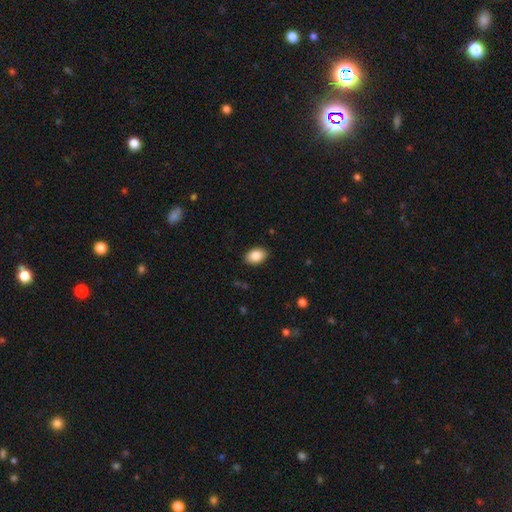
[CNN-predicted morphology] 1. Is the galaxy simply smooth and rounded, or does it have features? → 87% smooth, 7% star or artifact, 6% featured or disk.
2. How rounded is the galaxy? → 86% in between, 13% round, 1% cigar-shaped.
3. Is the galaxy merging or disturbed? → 89% none, 8% minor disturbance, 2% major disturbance, 1% merger.